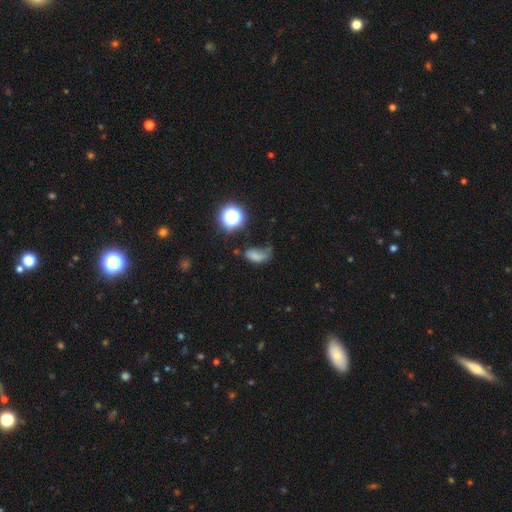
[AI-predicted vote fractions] Q: Smooth or featured?
A: smooth (65%); runner-up: star or artifact (19%)
Q: How rounded?
A: in between (83%); runner-up: round (12%)
Q: Merging?
A: major disturbance (32%); tied with: minor disturbance (32%)